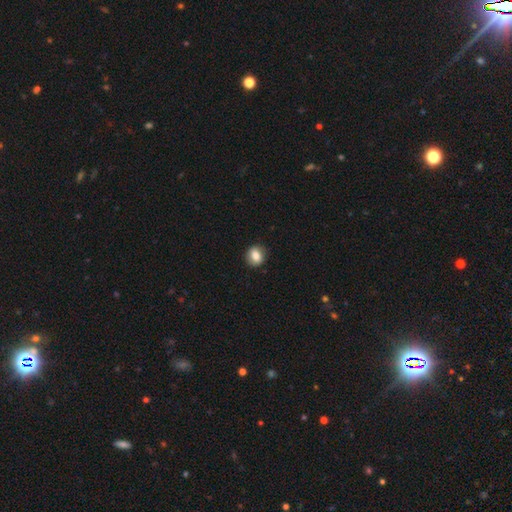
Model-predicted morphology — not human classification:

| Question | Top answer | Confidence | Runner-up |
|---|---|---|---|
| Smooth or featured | smooth | 81% | featured or disk (10%) |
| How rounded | round | 64% | in between (34%) |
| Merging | none | 88% | minor disturbance (8%) |